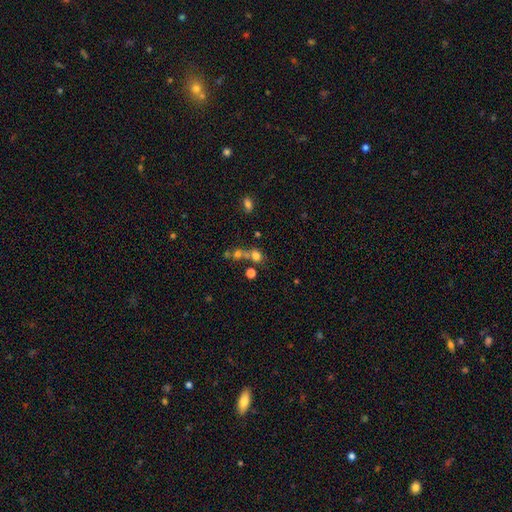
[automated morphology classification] smooth_or_featured: smooth (p=0.70) [alt: star or artifact p=0.18]
how_rounded: round (p=0.75) [alt: in between p=0.24]
merging: none (p=0.47) [alt: merger p=0.38]